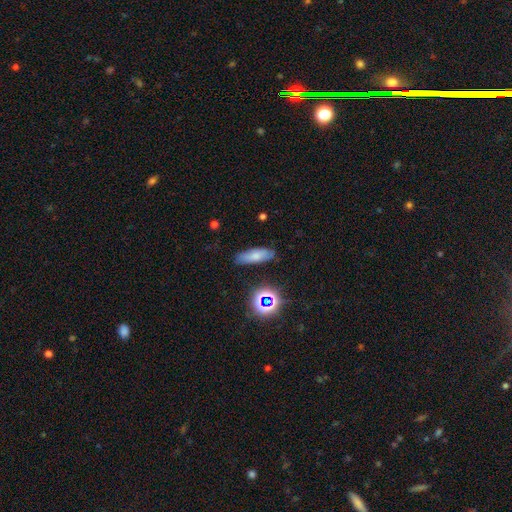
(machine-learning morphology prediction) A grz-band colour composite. It shows a smooth galaxy with no disk features (70%) that is in between round and cigar-shaped (55%). Merging: none (80%).